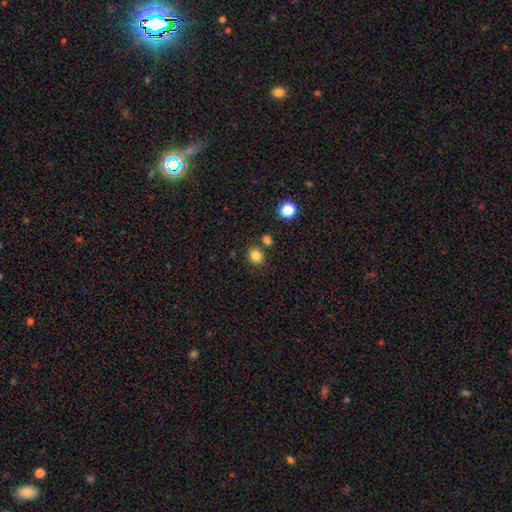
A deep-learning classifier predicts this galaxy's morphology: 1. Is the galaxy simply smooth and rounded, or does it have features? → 83% smooth, 12% star or artifact, 5% featured or disk.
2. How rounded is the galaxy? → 78% round, 21% in between, 1% cigar-shaped.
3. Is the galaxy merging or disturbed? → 78% none, 10% merger, 9% minor disturbance, 3% major disturbance.